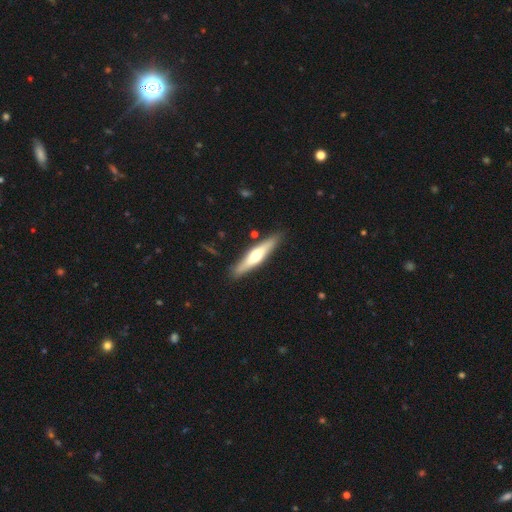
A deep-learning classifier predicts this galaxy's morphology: Smooth or featured? featured or disk (51%)
Edge-on disk? yes (91%)
Merging? none (87%)